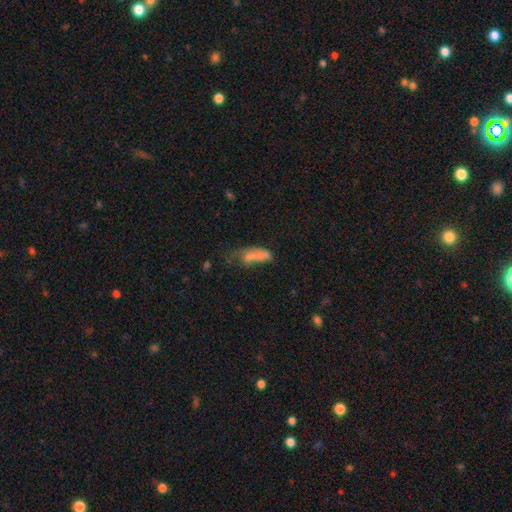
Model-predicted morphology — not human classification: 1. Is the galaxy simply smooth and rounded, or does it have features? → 70% smooth, 19% featured or disk, 11% star or artifact.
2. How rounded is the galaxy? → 60% in between, 37% cigar-shaped, 3% round.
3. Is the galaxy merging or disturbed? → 33% major disturbance, 30% minor disturbance, 26% none, 11% merger.